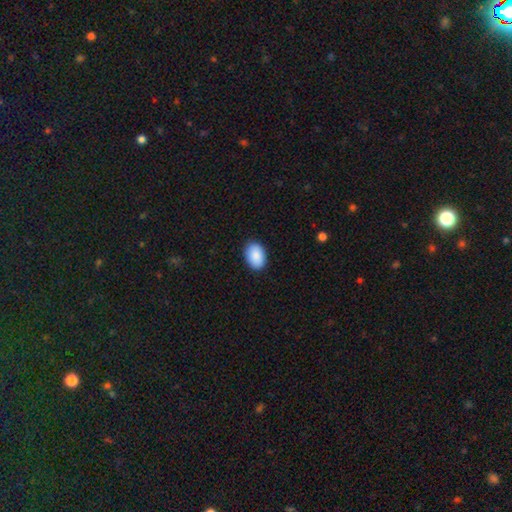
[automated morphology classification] Overall: smooth (90%). How rounded: in between (86%). Merging: none (89%).